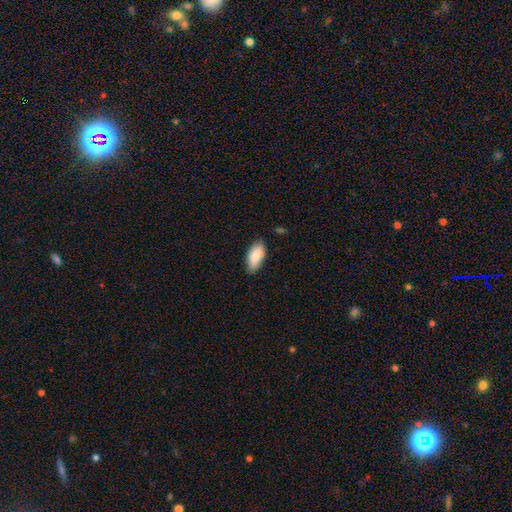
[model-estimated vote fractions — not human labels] This appears to be a smooth galaxy with no disk features (86%) that is in between round and cigar-shaped (91%). Merging: none (79%).